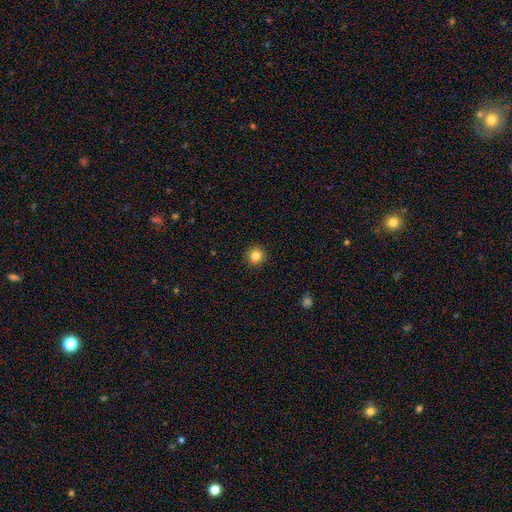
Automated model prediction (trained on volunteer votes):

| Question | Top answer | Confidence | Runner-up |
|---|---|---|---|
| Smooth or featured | smooth | 83% | star or artifact (11%) |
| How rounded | round | 94% | in between (5%) |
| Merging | none | 93% | minor disturbance (5%) |